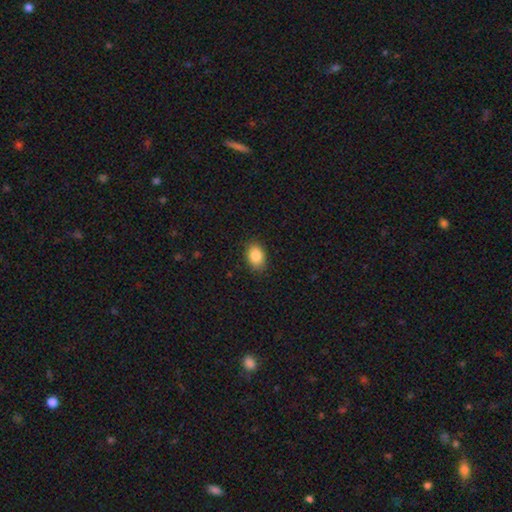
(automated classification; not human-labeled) The model was most divided on "how rounded": in between: 82%, round: 17%, cigar-shaped: 1%. More confident: smooth or featured — smooth (87%); merging — none (87%).